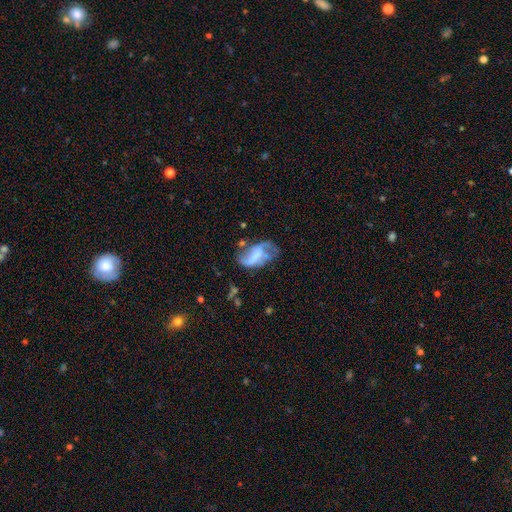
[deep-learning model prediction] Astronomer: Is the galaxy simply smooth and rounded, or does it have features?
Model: featured or disk — 55% (runner-up: smooth, 35%).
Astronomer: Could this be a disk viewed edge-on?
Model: no — 95%.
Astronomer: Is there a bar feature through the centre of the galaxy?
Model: no — 39% (runner-up: weak, 33%).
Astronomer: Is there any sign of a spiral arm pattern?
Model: yes — 56% (runner-up: no, 44%).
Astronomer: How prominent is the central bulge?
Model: none — 54%.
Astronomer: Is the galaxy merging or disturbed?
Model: major disturbance — 34% (runner-up: none, 32%).